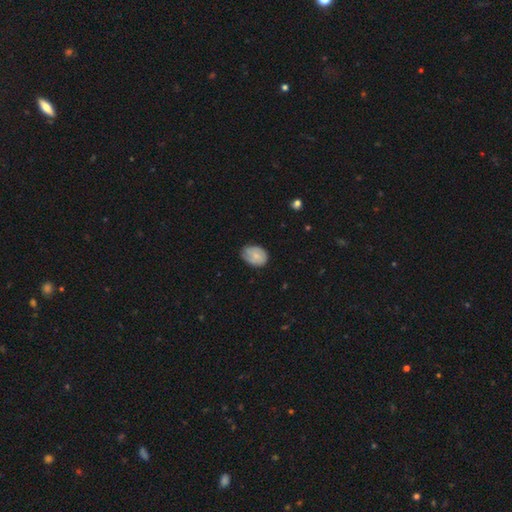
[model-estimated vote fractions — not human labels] Smooth or featured? smooth (65%)
How rounded? in between (70%)
Merging? none (61%)